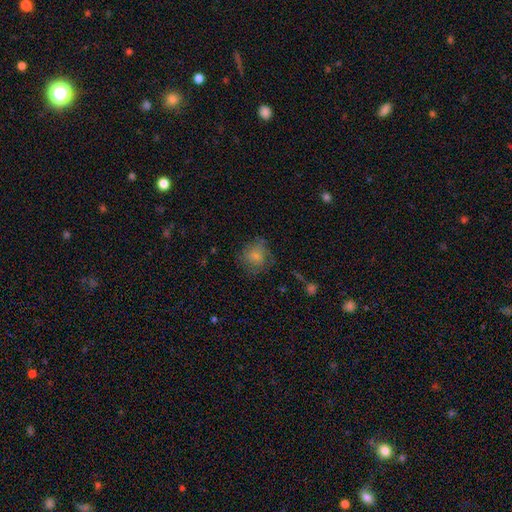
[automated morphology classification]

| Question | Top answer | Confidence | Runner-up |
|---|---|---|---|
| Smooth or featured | smooth | 72% | featured or disk (18%) |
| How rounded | round | 80% | in between (19%) |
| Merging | none | 63% | minor disturbance (23%) |